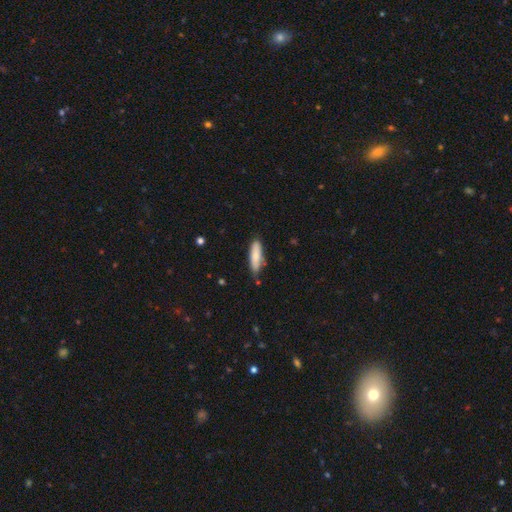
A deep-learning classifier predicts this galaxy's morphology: smooth-or-featured: smooth: 81% | featured or disk: 13% | star or artifact: 6%
  how-rounded: cigar-shaped: 58% | in between: 40% | round: 2%
  merging: none: 72% | minor disturbance: 21% | merger: 4% | major disturbance: 3%